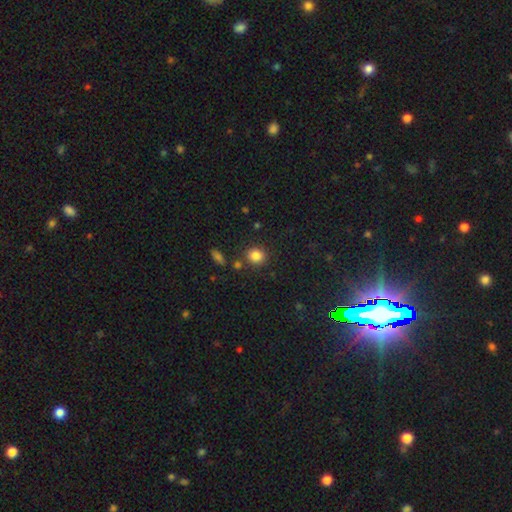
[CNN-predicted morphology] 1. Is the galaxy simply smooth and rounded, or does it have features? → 84% smooth, 11% star or artifact, 5% featured or disk.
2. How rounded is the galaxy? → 78% round, 20% in between, 1% cigar-shaped.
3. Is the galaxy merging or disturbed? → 81% none, 9% minor disturbance, 6% merger, 3% major disturbance.